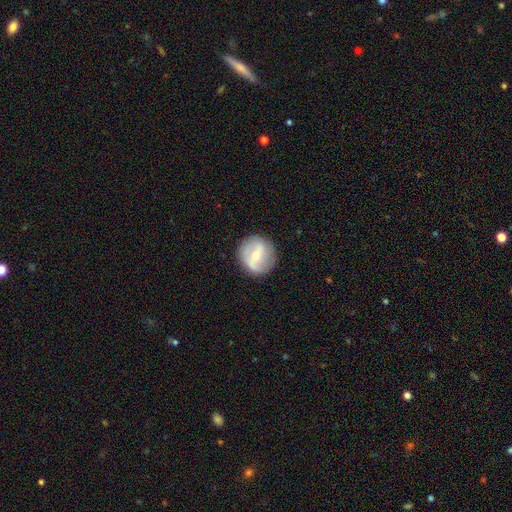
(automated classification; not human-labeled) smooth_or_featured: featured or disk (p=0.63) [alt: smooth p=0.30]
disk_edge_on: no (p=0.95) [alt: yes p=0.05]
bar: weak (p=0.44) [alt: strong p=0.39]
has_spiral_arms: yes (p=0.67) [alt: no p=0.33]
bulge_size: moderate (p=0.51) [alt: small p=0.44]
merging: none (p=0.86) [alt: minor disturbance p=0.10]